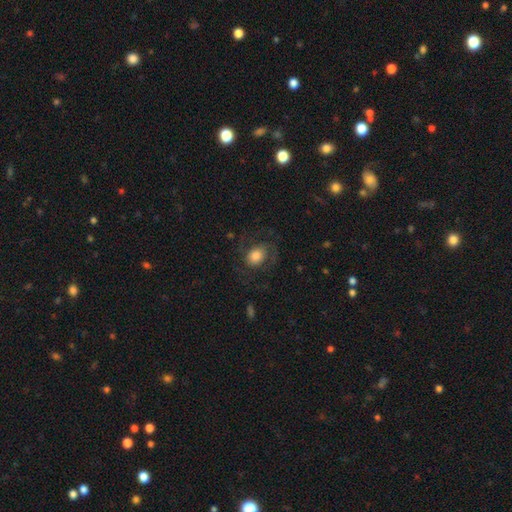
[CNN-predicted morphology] Smooth or featured? Predicted: smooth (p=0.45, tied with featured or disk). Merging? Predicted: none (p=0.61).